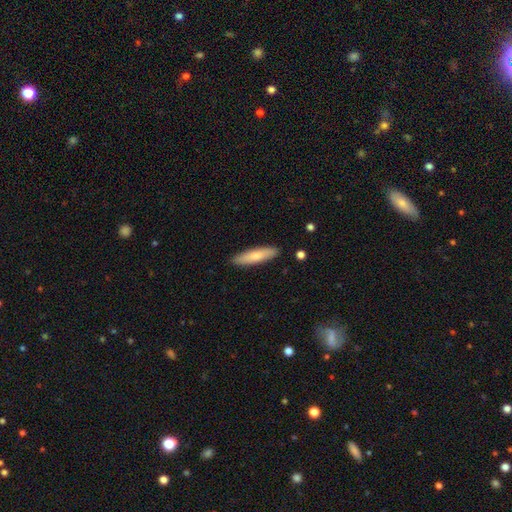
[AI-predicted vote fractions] smooth-or-featured: smooth: 74% | featured or disk: 21% | star or artifact: 5%
  how-rounded: cigar-shaped: 75% | in between: 24% | round: 2%
  merging: none: 89% | minor disturbance: 8% | major disturbance: 2% | merger: 1%